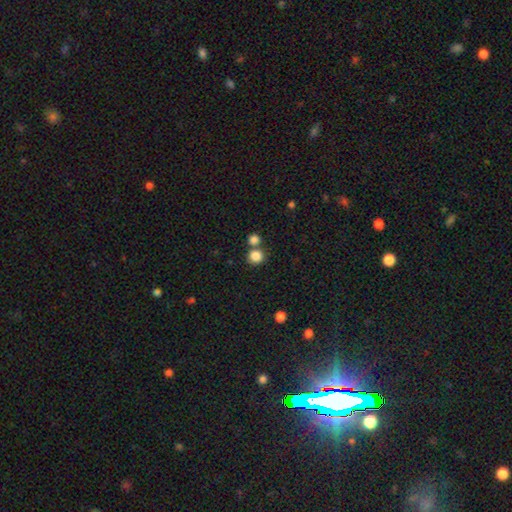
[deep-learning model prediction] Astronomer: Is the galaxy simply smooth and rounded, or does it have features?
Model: smooth — 84%.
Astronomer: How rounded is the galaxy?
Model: round — 89%.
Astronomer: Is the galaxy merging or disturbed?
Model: none — 64%.